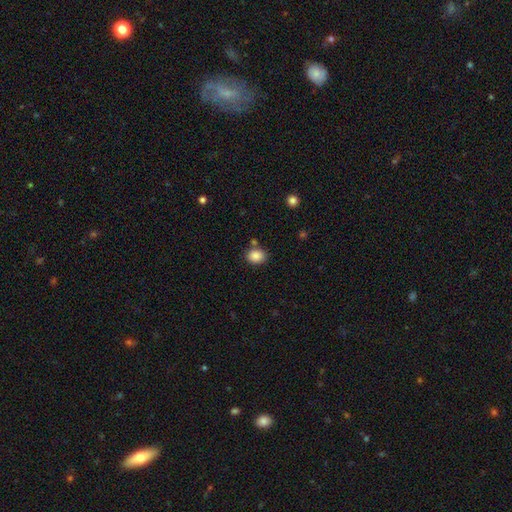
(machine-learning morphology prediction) Smooth or featured? Predicted: smooth (p=0.87). How rounded? Predicted: in between (p=0.59). Merging? Predicted: none (p=0.77).